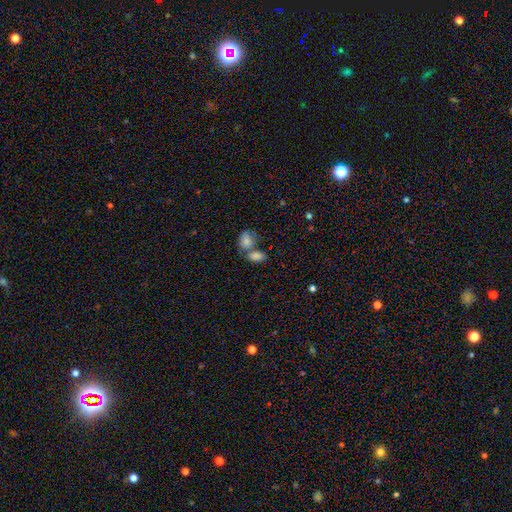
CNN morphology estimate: A smooth galaxy with no disk features (81%) that is in between round and cigar-shaped (86%).

Vote fractions:
- Smooth or featured? smooth: 81% / featured or disk: 10% / star or artifact: 9%
- How rounded? in between: 86% / round: 12% / cigar-shaped: 2%
- Merging? merger: 53% / none: 32% / minor disturbance: 10% / major disturbance: 5%